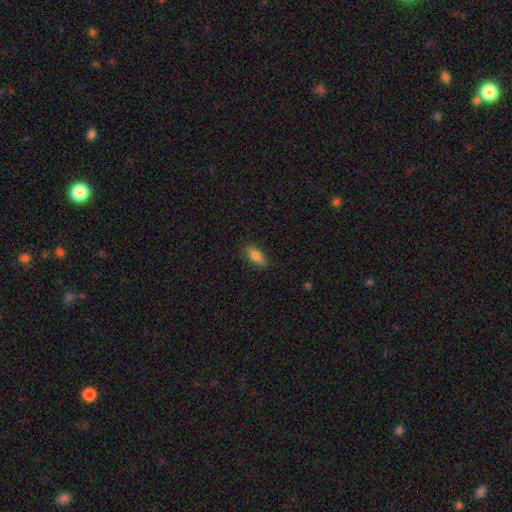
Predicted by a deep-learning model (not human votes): smooth-or-featured: smooth: 81% | featured or disk: 11% | star or artifact: 7%
  how-rounded: in between: 86% | cigar-shaped: 11% | round: 4%
  merging: none: 85% | minor disturbance: 12% | major disturbance: 2% | merger: 1%